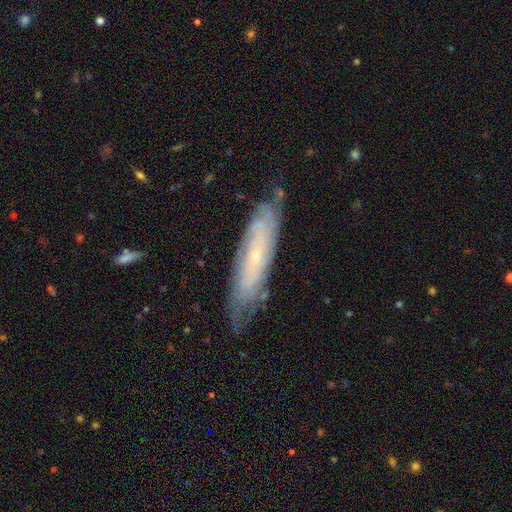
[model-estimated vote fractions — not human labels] A featured or disk galaxy (73%). Merging: none (72%).